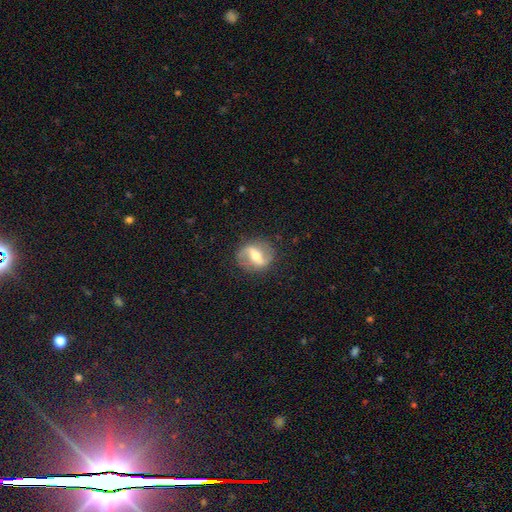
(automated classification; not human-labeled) This is clearly a featured or disk galaxy (80%). It is clearly not viewed edge-on (94%). Bar: possibly strong (57%). Spiral arm pattern: clearly yes (85%). Spiral arm count: clearly 2 (91%). Spiral winding: possibly loose (57%). Central bulge: likely moderate (62%). Merging: clearly none (84%).